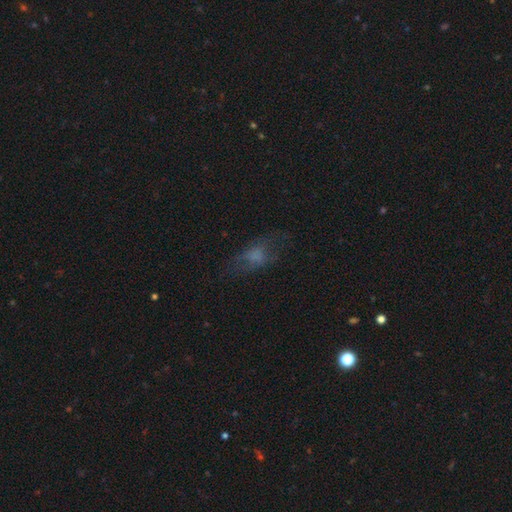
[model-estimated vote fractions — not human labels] smooth 52%, featured or disk 31%, star or artifact 18%. Down the decision tree: how rounded — in between (77%); merging — none (50%).